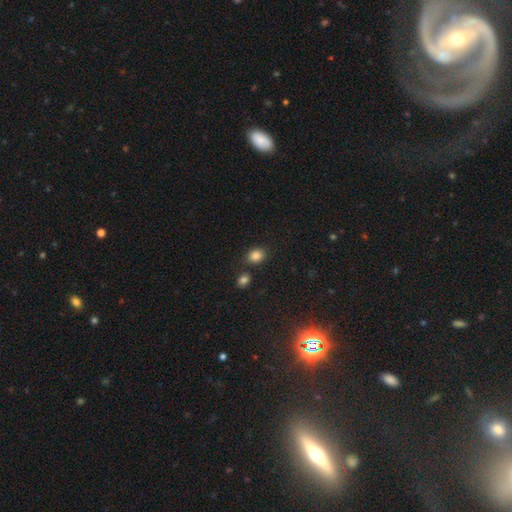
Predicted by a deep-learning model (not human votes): A smooth galaxy with no disk features (84%) that is in between round and cigar-shaped (51%).

Vote fractions:
- Smooth or featured? smooth: 84% / star or artifact: 10% / featured or disk: 6%
- How rounded? in between: 51% / round: 48% / cigar-shaped: 1%
- Merging? none: 75% / merger: 11% / minor disturbance: 11% / major disturbance: 3%